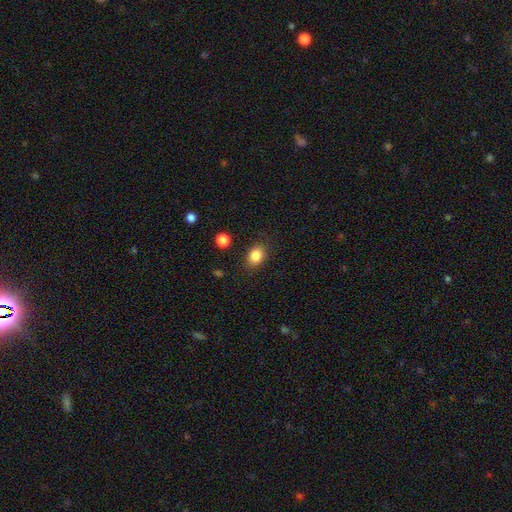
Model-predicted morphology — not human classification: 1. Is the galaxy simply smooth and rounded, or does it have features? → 85% smooth, 9% star or artifact, 6% featured or disk.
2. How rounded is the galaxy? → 68% in between, 31% round, 1% cigar-shaped.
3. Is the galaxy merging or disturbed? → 85% none, 10% minor disturbance, 3% major disturbance, 2% merger.